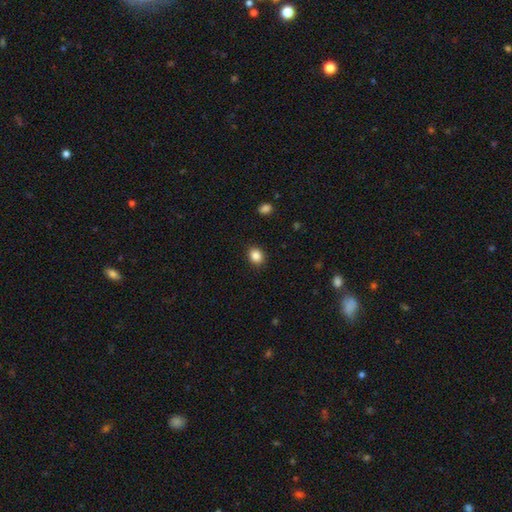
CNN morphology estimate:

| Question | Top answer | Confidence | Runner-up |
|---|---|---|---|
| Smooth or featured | smooth | 87% | star or artifact (10%) |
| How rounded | round | 56% | in between (43%) |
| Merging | none | 89% | minor disturbance (8%) |